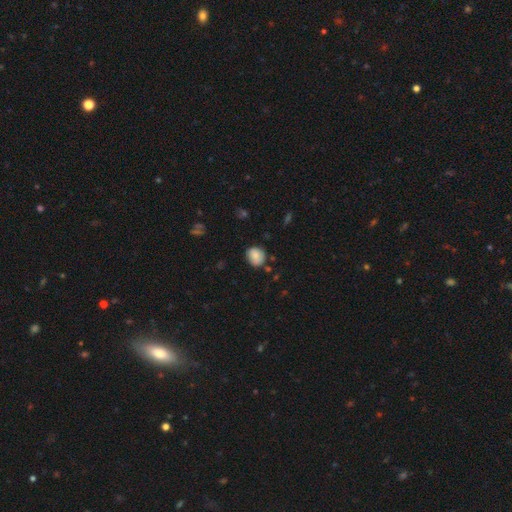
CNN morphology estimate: The model was most divided on "how rounded": round: 72%, in between: 27%, cigar-shaped: 1%. More confident: smooth or featured — smooth (84%); merging — none (77%).